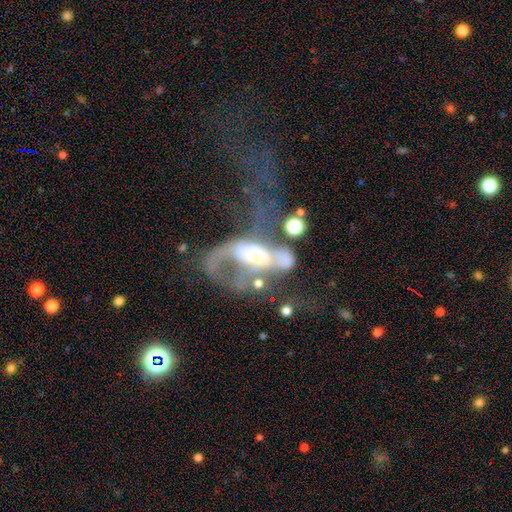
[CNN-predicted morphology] Smooth or featured?
  - featured or disk: 67% *
  - smooth: 20%
  - star or artifact: 12%
Edge-on disk?
  - no: 92% *
  - yes: 8%
Bar?
  - no: 62% *
  - weak: 24%
  - strong: 14%
Spiral arms?
  - no: 52% *
  - yes: 48%
Bulge size?
  - moderate: 39% *
  - small: 23%
  - large: 20%
  - none: 14%
  - dominant: 5%
Merging?
  - major disturbance: 47% *
  - merger: 36%
  - none: 10%
  - minor disturbance: 7%